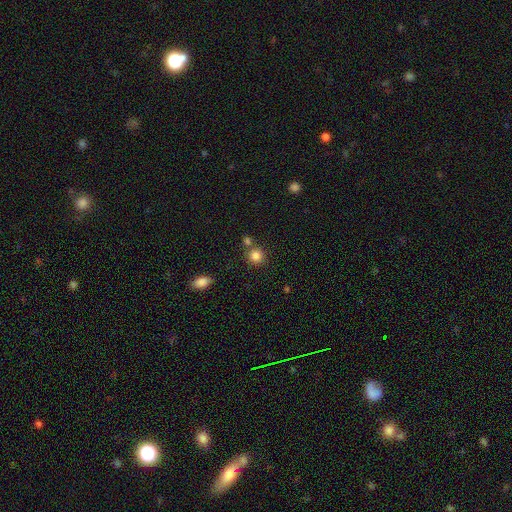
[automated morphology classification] A smooth galaxy with no disk features (84%) that is round (88%).

Vote fractions:
- Smooth or featured? smooth: 84% / star or artifact: 11% / featured or disk: 5%
- How rounded? round: 88% / in between: 11% / cigar-shaped: 1%
- Merging? none: 70% / merger: 18% / minor disturbance: 9% / major disturbance: 3%